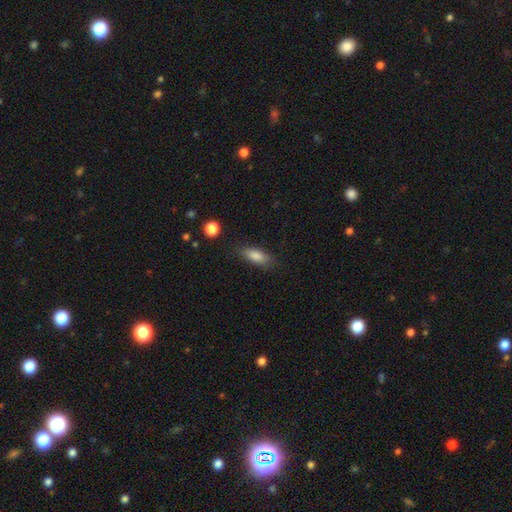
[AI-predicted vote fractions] Smooth or featured? Predicted: smooth (p=0.82). How rounded? Predicted: in between (p=0.67). Merging? Predicted: none (p=0.82).